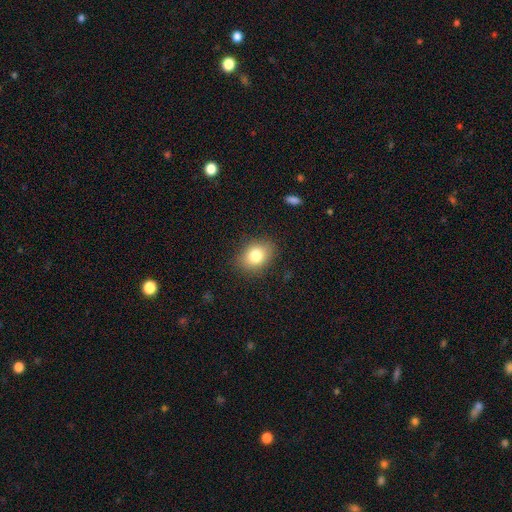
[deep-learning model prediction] Morphology: type=smooth (79%); roundness=in between (65%); merging=none (85%).